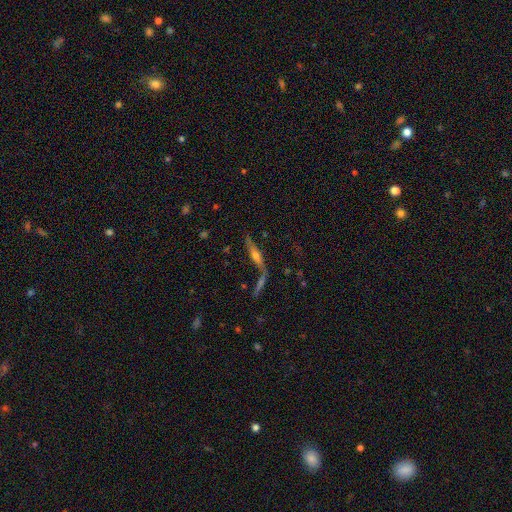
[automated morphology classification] A featured or disk galaxy (60%) viewed edge-on (84%) with a rounded central bulge (79%).

Vote fractions:
- Smooth or featured? featured or disk: 60% / smooth: 31% / star or artifact: 9%
- Edge-on disk? yes: 84% / no: 16%
- Edge-on bulge? rounded: 79% / none: 12% / boxy: 9%
- Merging? none: 53% / merger: 28% / minor disturbance: 13% / major disturbance: 7%